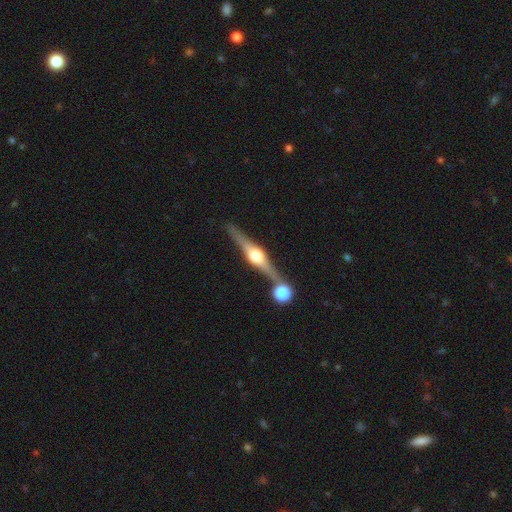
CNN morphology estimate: Smooth or featured? Predicted: featured or disk (p=0.84). Edge-on disk? Predicted: yes (p=0.98). Edge-on bulge? Predicted: rounded (p=0.94). Merging? Predicted: none (p=0.78).